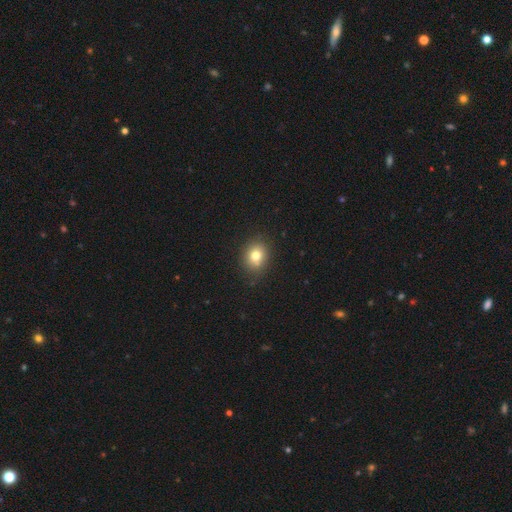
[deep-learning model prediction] Overall: smooth (77%). How rounded: round (63%; in between 36%). Merging: none (79%).